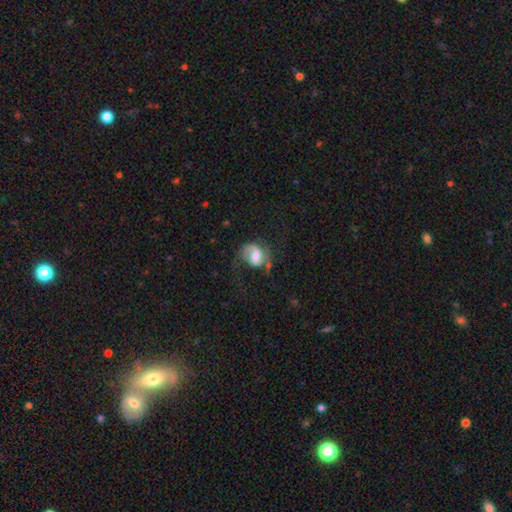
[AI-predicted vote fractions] A featured or disk galaxy (66%) with a weak bar (49%), 2 (58%) medium (43%) spiral arms (89%) and a moderate central bulge (51%).

Vote fractions:
- Smooth or featured? featured or disk: 66% / smooth: 27% / star or artifact: 7%
- Edge-on disk? no: 97% / yes: 3%
- Bar? weak: 49% / no: 31% / strong: 21%
- Spiral arms? yes: 89% / no: 11%
- Spiral winding? medium: 43% / loose: 38% / tight: 19%
- Spiral arm count? 2: 58% / 1: 33% / can't tell: 6% / 3: 1% / 4: 1% / more than 4: 1%
- Bulge size? moderate: 51% / large: 22% / small: 18% / none: 5% / dominant: 3%
- Merging? none: 45% / major disturbance: 30% / minor disturbance: 22% / merger: 3%